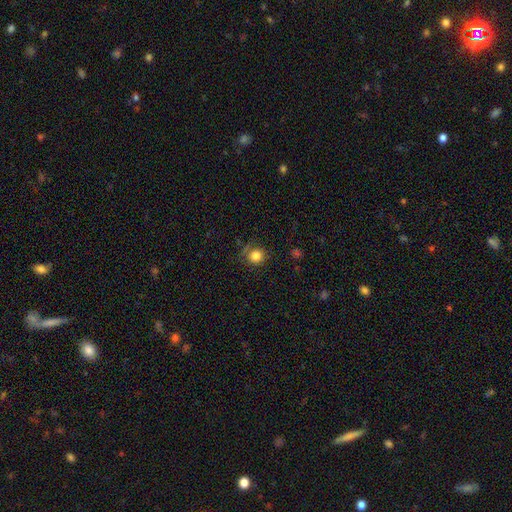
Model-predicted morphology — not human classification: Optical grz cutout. It shows a smooth galaxy with no disk features (81%) that is round (90%). Merging: none (80%).